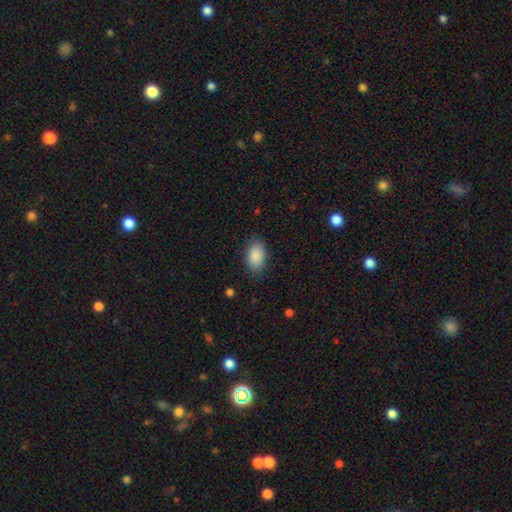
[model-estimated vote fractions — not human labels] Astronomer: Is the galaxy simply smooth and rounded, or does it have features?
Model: smooth — 89%.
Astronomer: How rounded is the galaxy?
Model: in between — 91%.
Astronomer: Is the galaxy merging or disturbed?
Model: none — 83%.